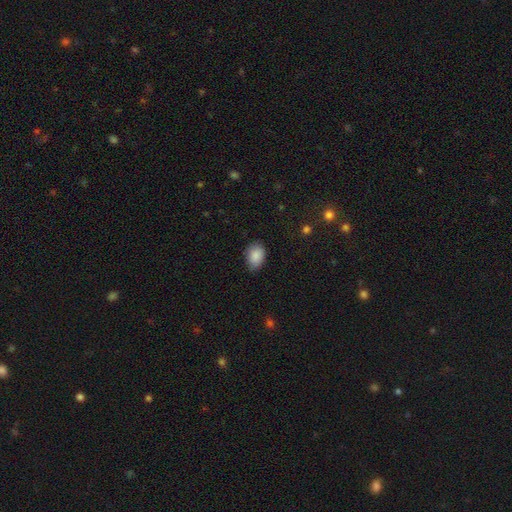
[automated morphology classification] A smooth galaxy with no disk features (88%) that is in between round and cigar-shaped (80%). Merging: none (74%).